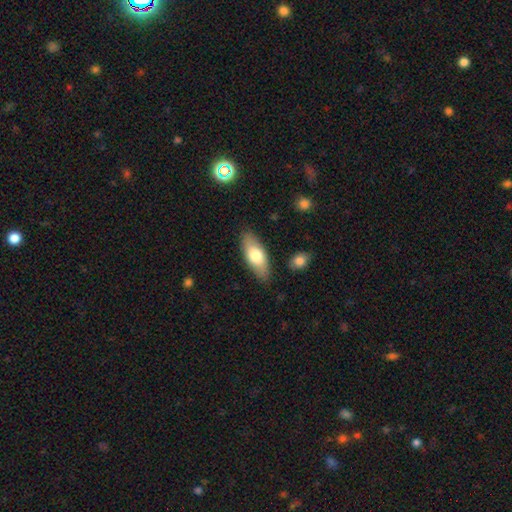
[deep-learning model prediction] Smooth or featured?
  - smooth: 71% *
  - featured or disk: 23%
  - star or artifact: 6%
How rounded?
  - in between: 81% *
  - cigar-shaped: 17%
  - round: 2%
Merging?
  - none: 84% *
  - minor disturbance: 12%
  - major disturbance: 3%
  - merger: 2%